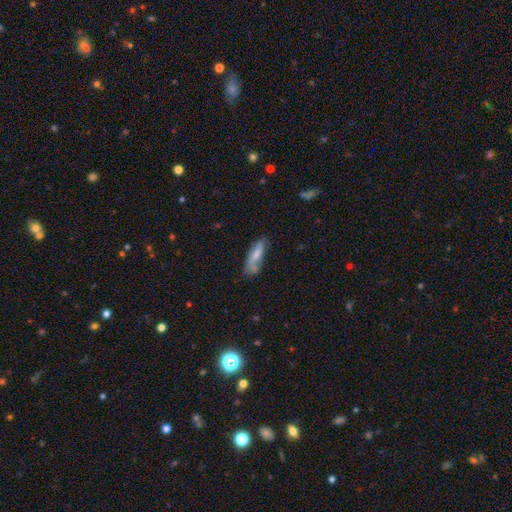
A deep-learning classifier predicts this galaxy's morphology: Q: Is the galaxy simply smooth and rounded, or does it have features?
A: smooth — 61%.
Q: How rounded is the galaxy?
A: in between — 49%.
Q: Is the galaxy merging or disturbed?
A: none — 59%.